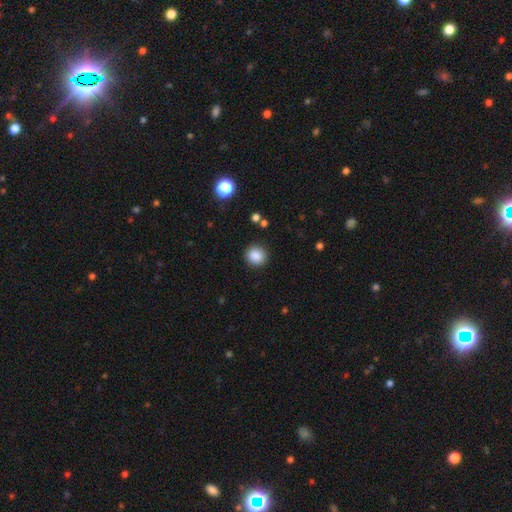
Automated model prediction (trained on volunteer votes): smooth 87%, star or artifact 10%, featured or disk 4%. Down the decision tree: how rounded — round (87%); merging — none (90%).